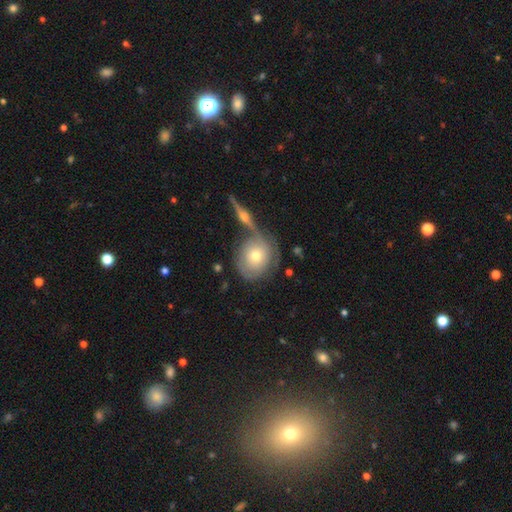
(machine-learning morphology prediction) A smooth galaxy with no disk features (50%) that is round (76%).

Vote fractions:
- Smooth or featured? smooth: 50% / featured or disk: 42% / star or artifact: 8%
- How rounded? round: 76% / in between: 22% / cigar-shaped: 2%
- Merging? none: 55% / merger: 23% / minor disturbance: 16% / major disturbance: 6%